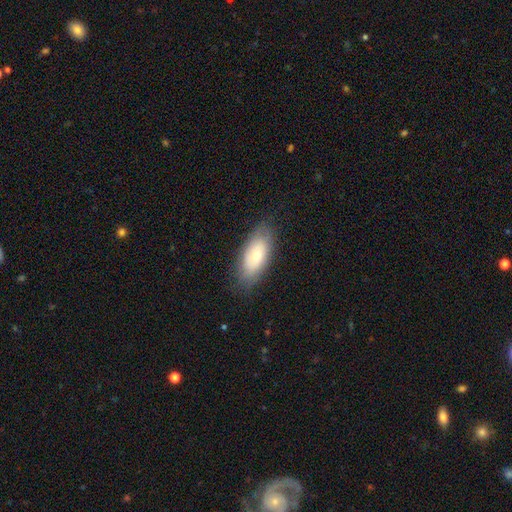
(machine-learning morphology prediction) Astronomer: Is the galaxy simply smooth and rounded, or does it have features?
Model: smooth — 72%.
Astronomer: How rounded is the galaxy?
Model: in between — 86%.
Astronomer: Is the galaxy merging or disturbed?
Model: none — 80%.